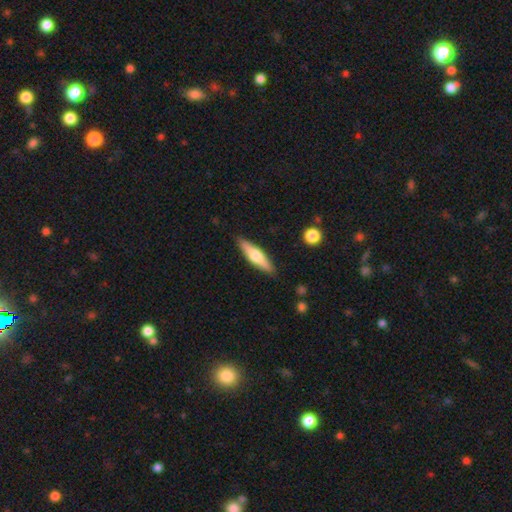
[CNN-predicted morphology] smooth-or-featured: smooth: 51% | featured or disk: 44% | star or artifact: 5%
  how-rounded: cigar-shaped: 71% | in between: 27% | round: 2%
  merging: none: 88% | minor disturbance: 9% | major disturbance: 2% | merger: 1%